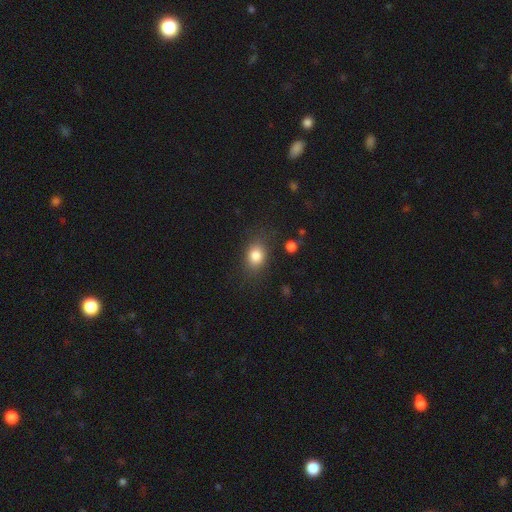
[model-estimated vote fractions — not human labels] Smooth or featured?
  - smooth: 82% *
  - star or artifact: 10%
  - featured or disk: 8%
How rounded?
  - in between: 61% *
  - round: 38%
  - cigar-shaped: 1%
Merging?
  - none: 78% *
  - minor disturbance: 14%
  - major disturbance: 5%
  - merger: 2%